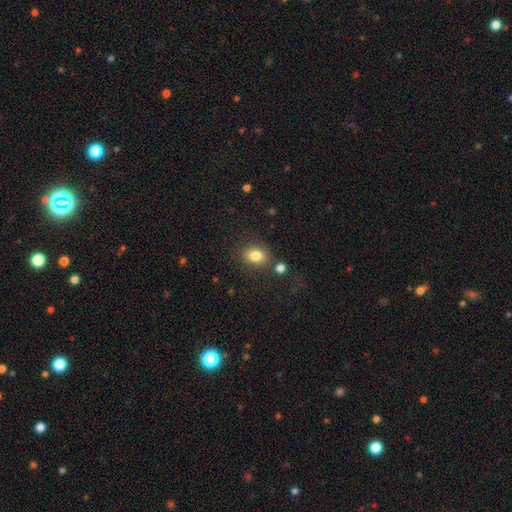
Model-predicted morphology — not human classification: type=smooth (83%); roundness=in between (56%); merging=none (76%).